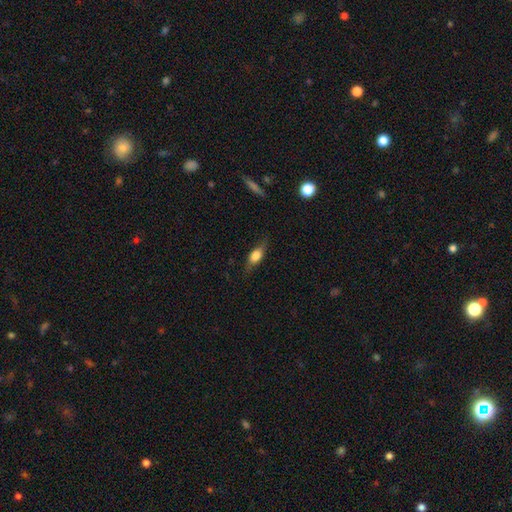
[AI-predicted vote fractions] smooth-or-featured: smooth: 65% | featured or disk: 28% | star or artifact: 7%
  how-rounded: in between: 68% | cigar-shaped: 25% | round: 7%
  merging: none: 74% | minor disturbance: 19% | major disturbance: 6% | merger: 1%